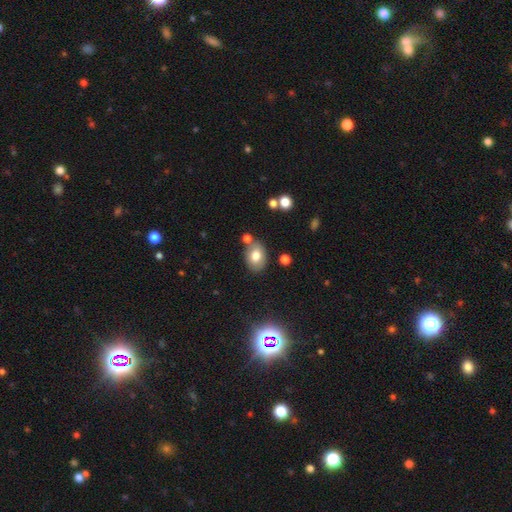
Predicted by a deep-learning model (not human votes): Smooth or featured? smooth (74%)
How rounded? in between (75%)
Merging? none (72%)